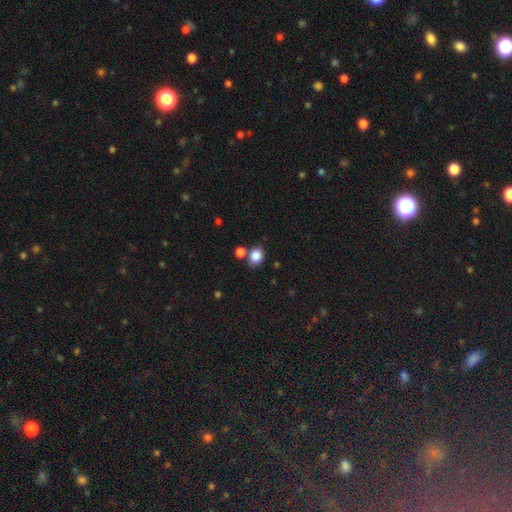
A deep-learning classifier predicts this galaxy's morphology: smooth_or_featured: smooth (p=0.85) [alt: star or artifact p=0.10]
how_rounded: round (p=0.51) [alt: in between p=0.48]
merging: none (p=0.62) [alt: merger p=0.22]